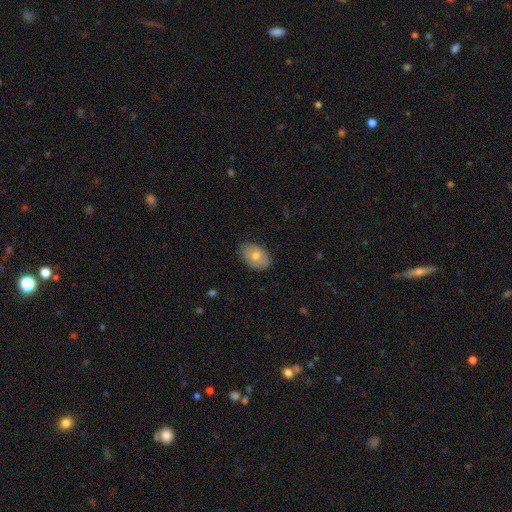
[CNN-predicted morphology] Smooth or featured? Predicted: smooth (p=0.65). How rounded? Predicted: in between (p=0.86). Merging? Predicted: none (p=0.83).